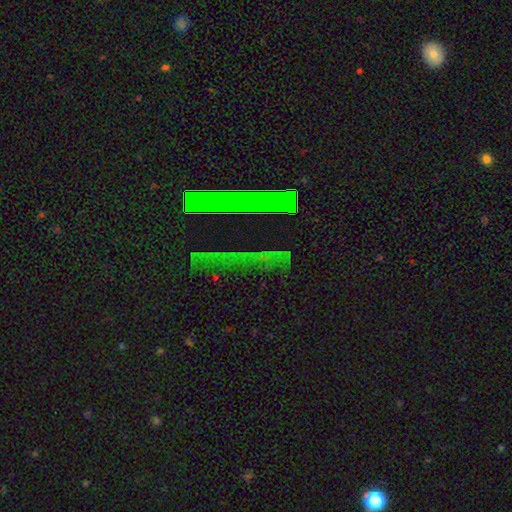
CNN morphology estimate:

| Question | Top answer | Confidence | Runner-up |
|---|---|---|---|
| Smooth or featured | star or artifact | 59% | smooth (21%) |